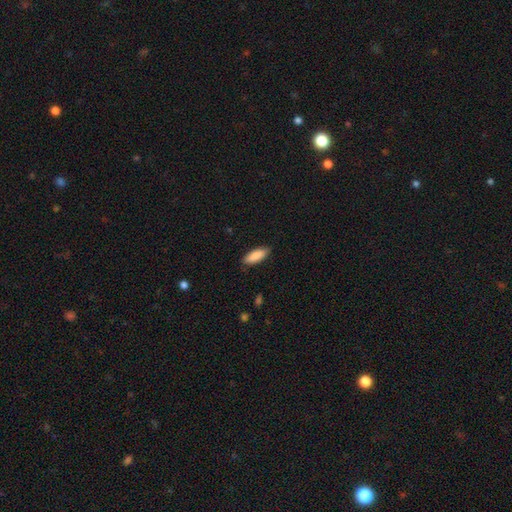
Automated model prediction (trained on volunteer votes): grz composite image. It shows a smooth galaxy with no disk features (88%) that is in between round and cigar-shaped (69%). Merging: none (86%).